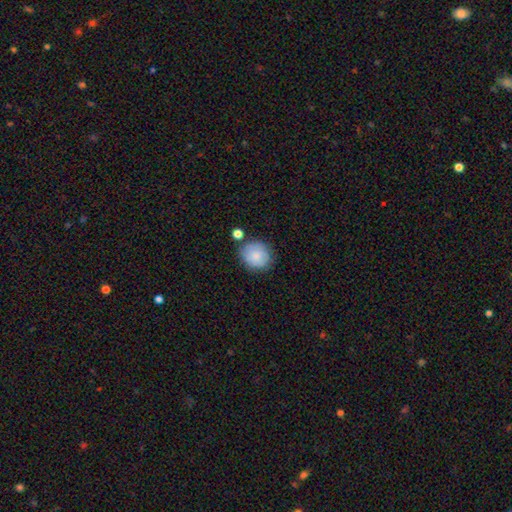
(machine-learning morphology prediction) type=smooth (84%); roundness=round (82%); merging=none (72%).